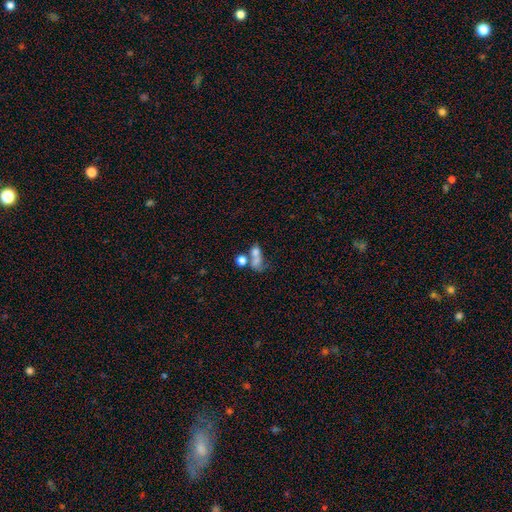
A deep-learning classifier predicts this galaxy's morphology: This appears to be a smooth galaxy with no disk features (61%) that is in between round and cigar-shaped (60%). Merging: merger (56%).